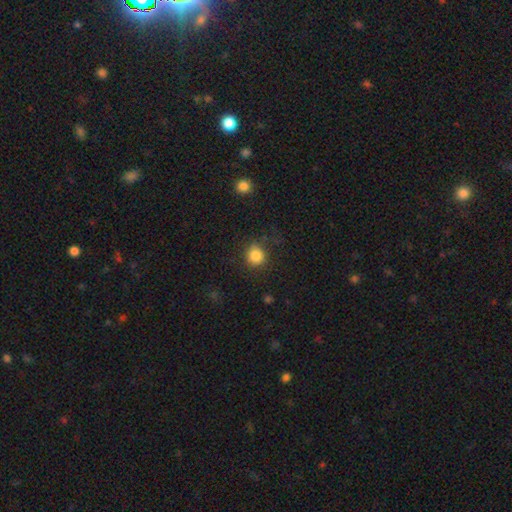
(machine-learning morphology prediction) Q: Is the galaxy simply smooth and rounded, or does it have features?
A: smooth — 84%.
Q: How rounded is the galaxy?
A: round — 85%.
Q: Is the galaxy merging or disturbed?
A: none — 75%.